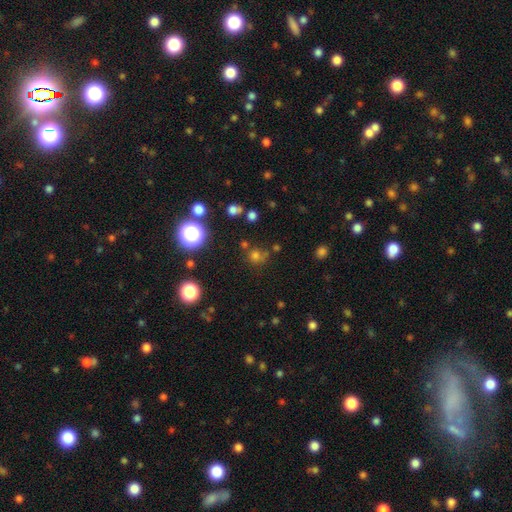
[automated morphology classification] Q: Smooth or featured?
A: smooth (64%); runner-up: star or artifact (28%)
Q: How rounded?
A: round (87%); runner-up: in between (12%)
Q: Merging?
A: none (70%); runner-up: minor disturbance (13%)